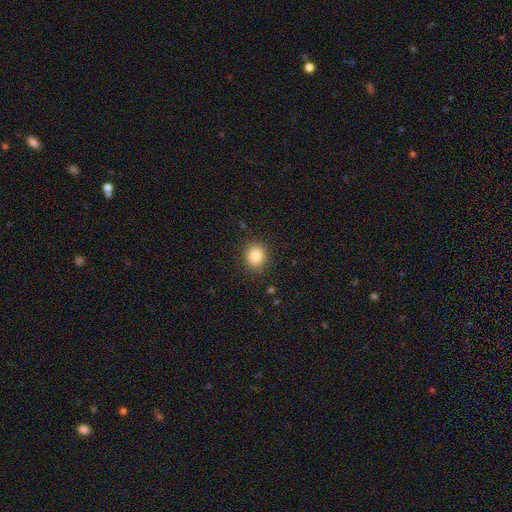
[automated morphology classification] type=smooth (83%); roundness=round (79%); merging=none (89%).